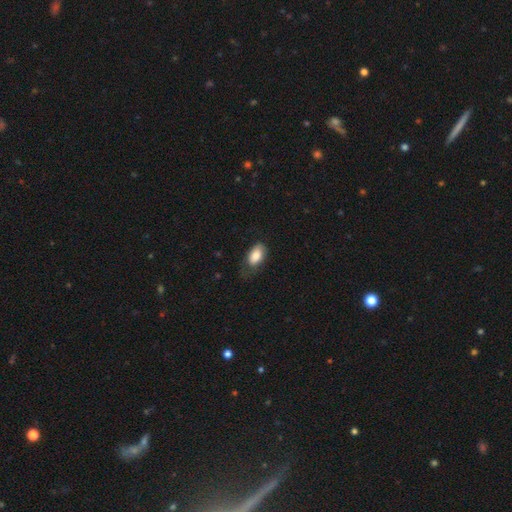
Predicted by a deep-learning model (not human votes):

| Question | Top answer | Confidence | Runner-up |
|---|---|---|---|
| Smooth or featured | smooth | 82% | featured or disk (12%) |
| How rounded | in between | 93% | round (4%) |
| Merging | none | 50% | minor disturbance (32%) |